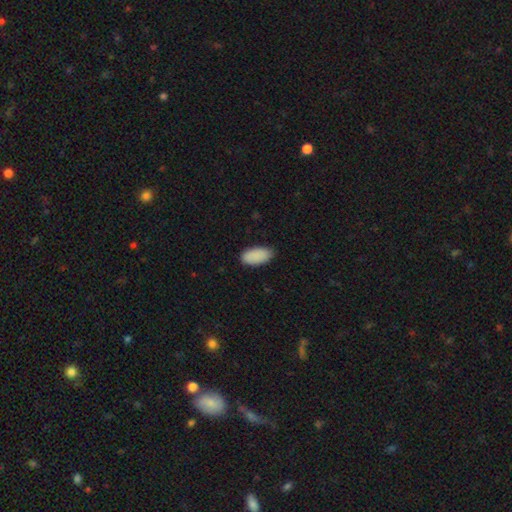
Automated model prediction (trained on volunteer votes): Smooth or featured: smooth — 90% (star or artifact — 7%)
How rounded: in between — 94% (cigar-shaped — 4%)
Merging: none — 80% (minor disturbance — 17%)